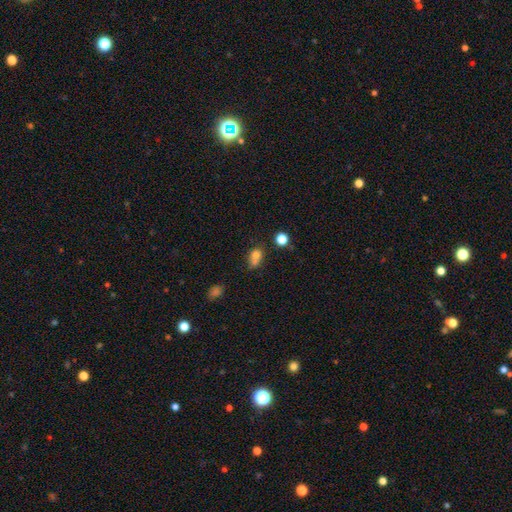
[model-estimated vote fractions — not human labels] smooth_or_featured: smooth (p=0.73) [alt: star or artifact p=0.14]
how_rounded: in between (p=0.49) [tied with: round p=0.49]
merging: none (p=0.39) [alt: merger p=0.35]